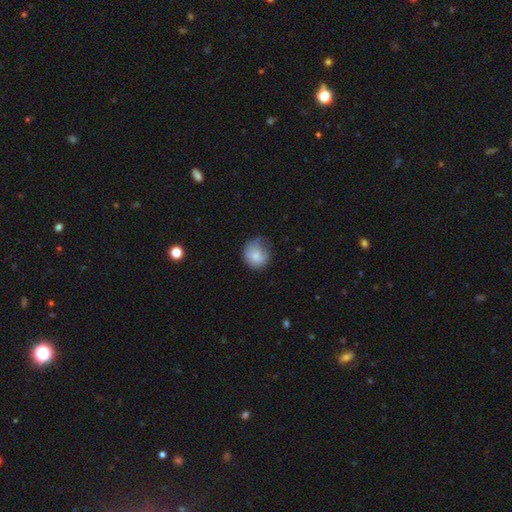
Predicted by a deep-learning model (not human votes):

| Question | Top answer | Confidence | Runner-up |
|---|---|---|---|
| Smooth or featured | smooth | 76% | featured or disk (15%) |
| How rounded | round | 80% | in between (19%) |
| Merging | none | 50% | minor disturbance (35%) |